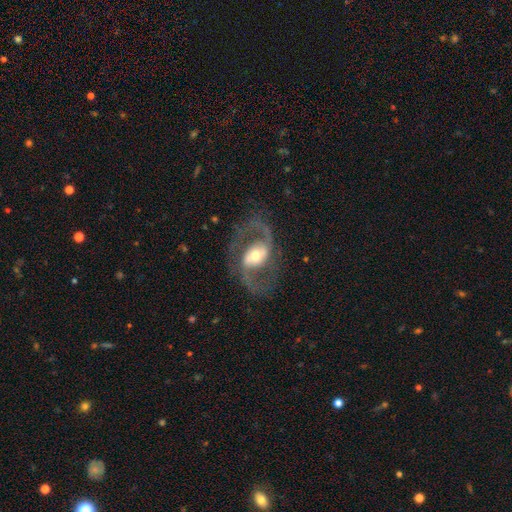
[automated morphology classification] smooth-or-featured: featured or disk: 87% | smooth: 8% | star or artifact: 6%
  disk-edge-on: no: 96% | yes: 4%
    bar: weak: 38% | strong: 34% | no: 29%
    has-spiral-arms: yes: 93% | no: 7%
      spiral-winding: medium: 53% | loose: 36% | tight: 10%
      spiral-arm-count: 2: 92% | can't tell: 3% | 1: 2% | 3: 1% | 4: 1% | more than 4: 1%
    bulge-size: moderate: 61% | small: 24% | large: 12% | dominant: 2% | none: 1%
  merging: none: 75% | major disturbance: 12% | minor disturbance: 12% | merger: 1%